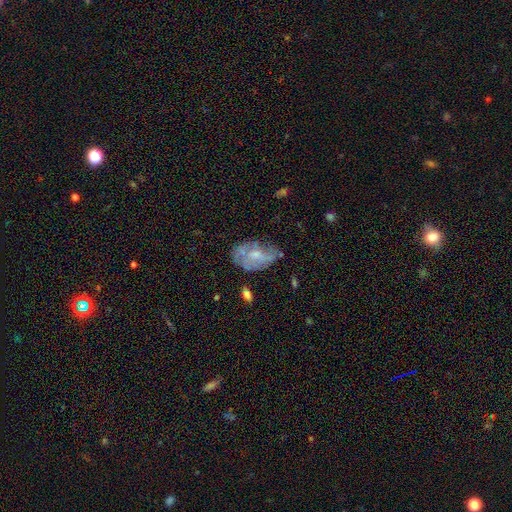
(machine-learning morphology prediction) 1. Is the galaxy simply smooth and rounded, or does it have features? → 54% featured or disk, 38% smooth, 8% star or artifact.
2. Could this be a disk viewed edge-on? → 95% no, 5% yes.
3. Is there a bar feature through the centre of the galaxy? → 70% no, 25% weak, 4% strong.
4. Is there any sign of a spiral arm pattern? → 55% no, 45% yes.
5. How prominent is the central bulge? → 48% small, 38% moderate, 10% none, 3% large, 1% dominant.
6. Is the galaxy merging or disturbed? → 47% none, 31% minor disturbance, 17% major disturbance, 5% merger.